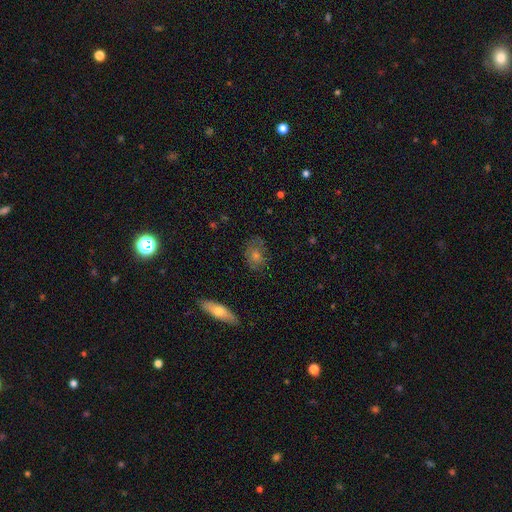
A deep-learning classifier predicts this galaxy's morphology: smooth-or-featured: smooth: 53% | featured or disk: 30% | star or artifact: 17%
  how-rounded: in between: 63% | round: 33% | cigar-shaped: 4%
  merging: none: 77% | minor disturbance: 17% | major disturbance: 5% | merger: 2%